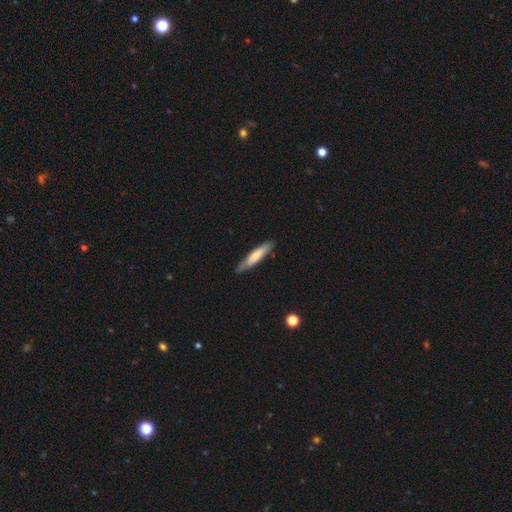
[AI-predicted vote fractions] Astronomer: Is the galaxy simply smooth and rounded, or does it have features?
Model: smooth — 66%.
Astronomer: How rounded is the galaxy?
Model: cigar-shaped — 86%.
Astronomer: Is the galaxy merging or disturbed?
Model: none — 83%.